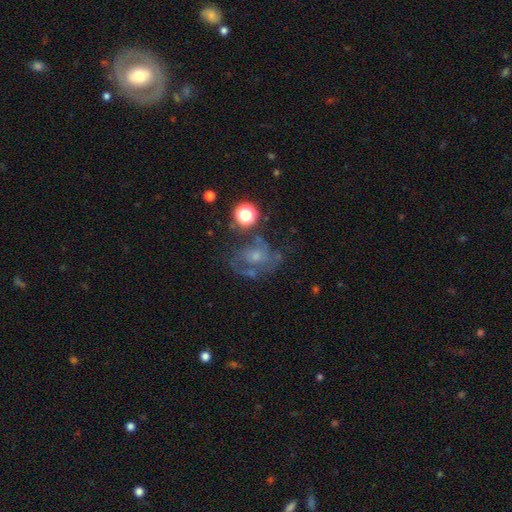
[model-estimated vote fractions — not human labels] Smooth or featured? Predicted: featured or disk (p=0.57). Edge-on disk? Predicted: no (p=0.97). Bar? Predicted: no (p=0.73). Spiral arms? Predicted: yes (p=0.65). Bulge size? Predicted: small (p=0.42). Merging? Predicted: none (p=0.46).